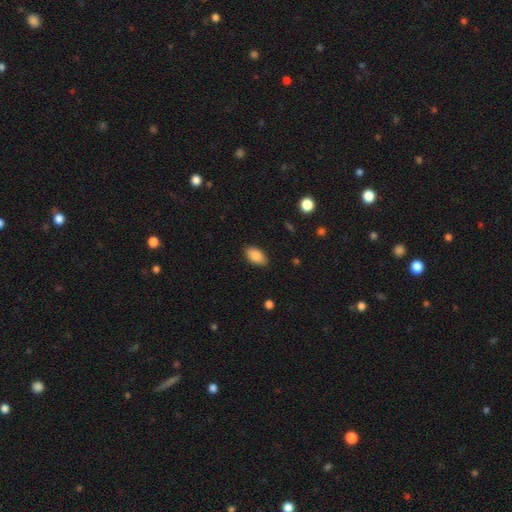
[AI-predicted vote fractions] Q: Smooth or featured?
A: smooth (88%); runner-up: star or artifact (7%)
Q: How rounded?
A: in between (93%); runner-up: round (5%)
Q: Merging?
A: none (86%); runner-up: minor disturbance (10%)